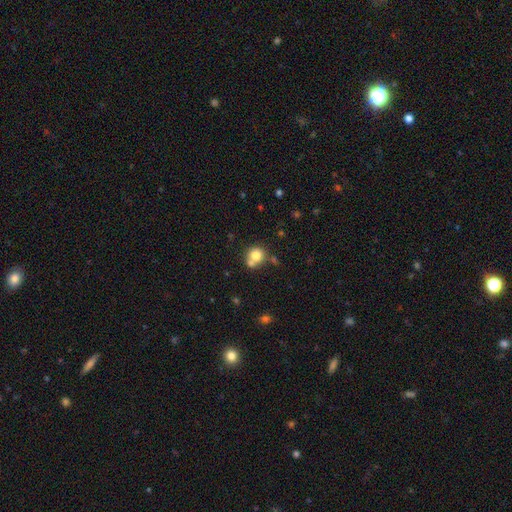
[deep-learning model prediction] The model was most divided on "merging": none: 50%, merger: 36%, minor disturbance: 10%, major disturbance: 4%. More confident: how rounded — round (85%); smooth or featured — smooth (77%).